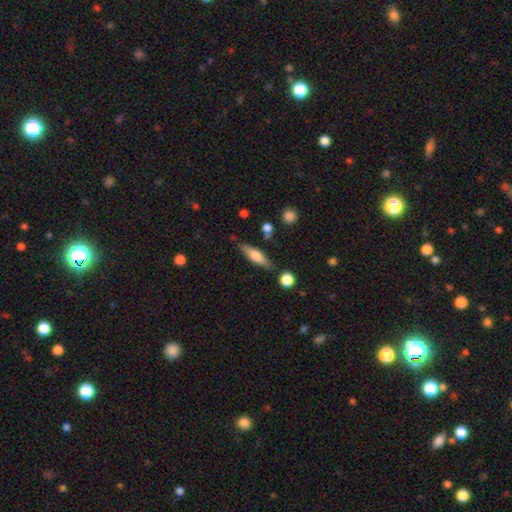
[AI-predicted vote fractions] This appears to be a smooth galaxy with no disk features (53%) that is cigar-shaped (54%). Merging: none (76%).